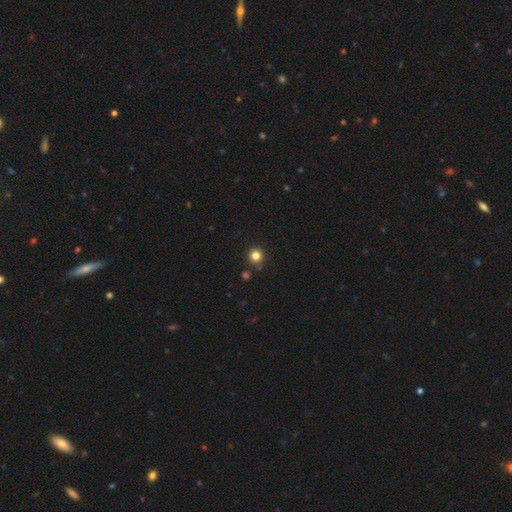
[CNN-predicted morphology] The model was most divided on "smooth or featured": smooth: 81%, star or artifact: 14%, featured or disk: 5%. More confident: how rounded — round (95%); merging — none (86%).